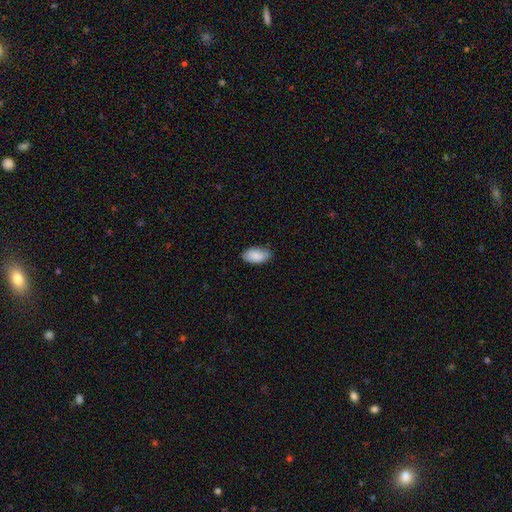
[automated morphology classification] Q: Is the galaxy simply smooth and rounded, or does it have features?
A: smooth — 87%.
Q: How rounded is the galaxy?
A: in between — 95%.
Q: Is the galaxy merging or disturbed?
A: none — 78%.